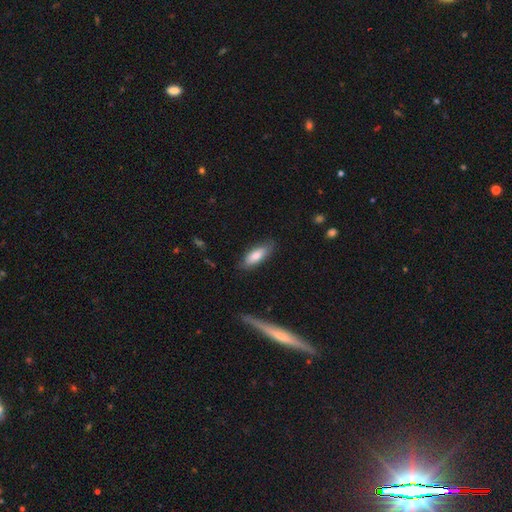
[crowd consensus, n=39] Smooth or featured?
  - smooth: 72% *
  - featured or disk: 23%
  - star or artifact: 5%
How rounded?
  - in between: 57% *
  - cigar-shaped: 43%
  - round: 0%
Merging?
  - none: 76% *
  - minor disturbance: 19%
  - merger: 5%
  - major disturbance: 0%